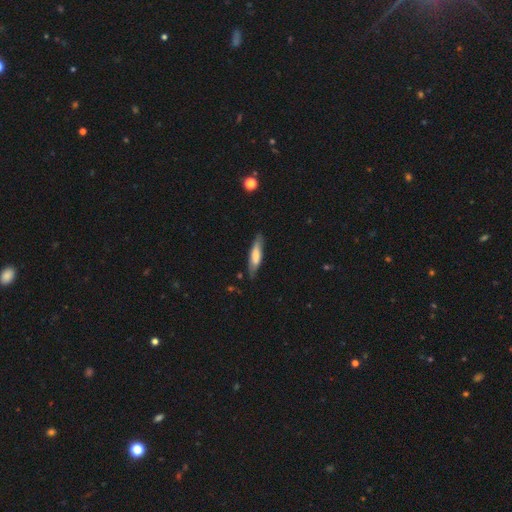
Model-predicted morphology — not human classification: smooth 60%, featured or disk 34%, star or artifact 6%. Down the decision tree: how rounded — cigar-shaped (74%); merging — none (77%).